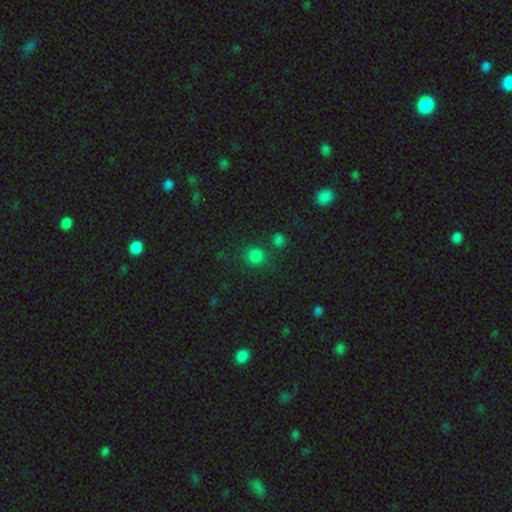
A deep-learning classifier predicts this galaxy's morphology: Q: Smooth or featured?
A: smooth (77%); runner-up: star or artifact (18%)
Q: How rounded?
A: round (86%); runner-up: in between (13%)
Q: Merging?
A: none (72%); runner-up: merger (13%)